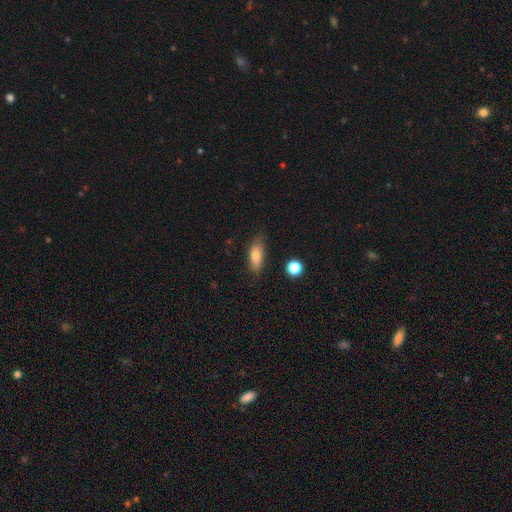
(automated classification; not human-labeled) Morphology: type=smooth (77%); roundness=in between (69%); merging=none (77%).